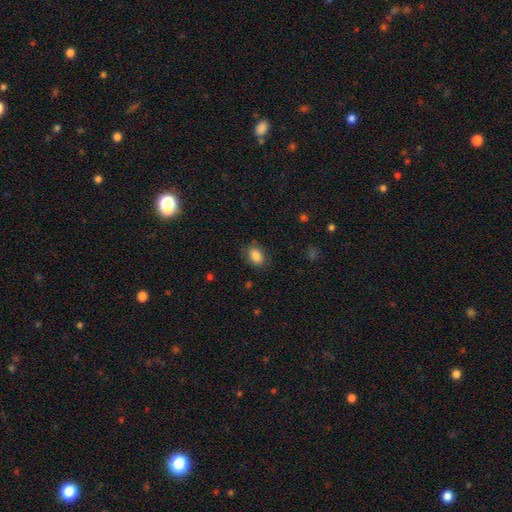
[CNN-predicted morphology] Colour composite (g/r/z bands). It shows a smooth galaxy with no disk features (87%) that is in between round and cigar-shaped (81%). Merging: none (81%).